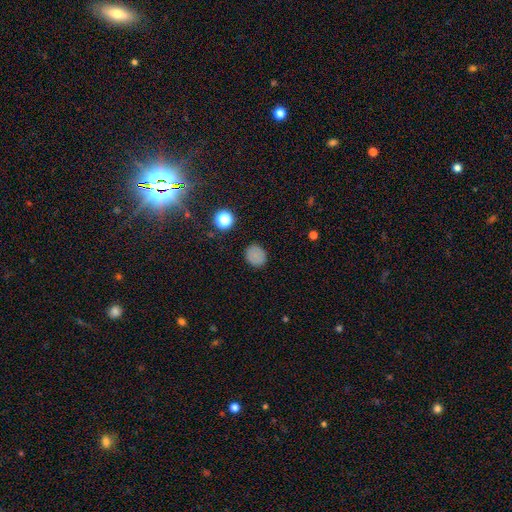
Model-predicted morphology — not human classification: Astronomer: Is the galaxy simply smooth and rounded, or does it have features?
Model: smooth — 79%.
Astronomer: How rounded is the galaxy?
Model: round — 74%.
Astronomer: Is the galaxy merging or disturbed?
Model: none — 86%.